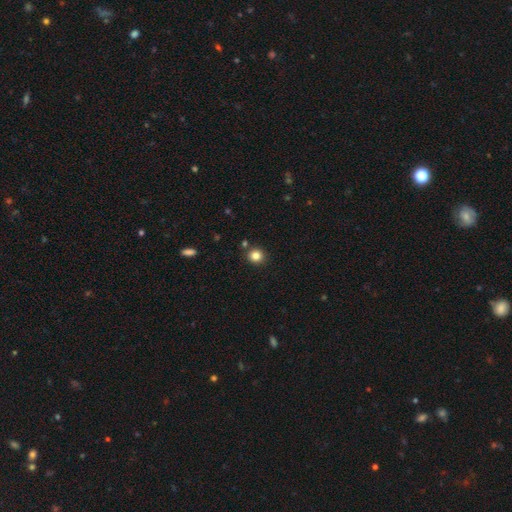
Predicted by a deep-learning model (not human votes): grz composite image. It shows a smooth galaxy with no disk features (84%) that is round (90%). Merging: none (86%).